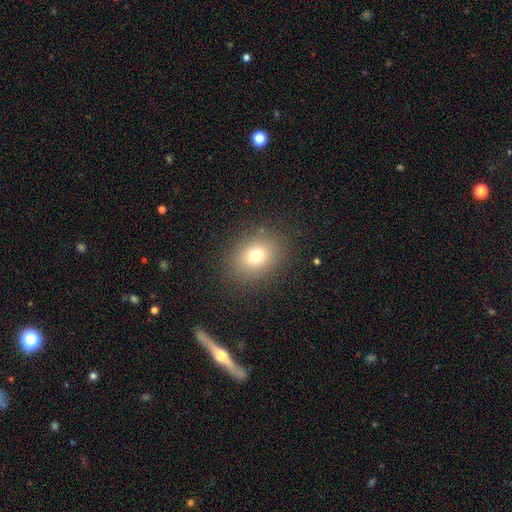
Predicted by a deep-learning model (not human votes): Smooth or featured: smooth — 75% (star or artifact — 14%)
How rounded: in between — 51% (round — 48%)
Merging: none — 87% (minor disturbance — 9%)